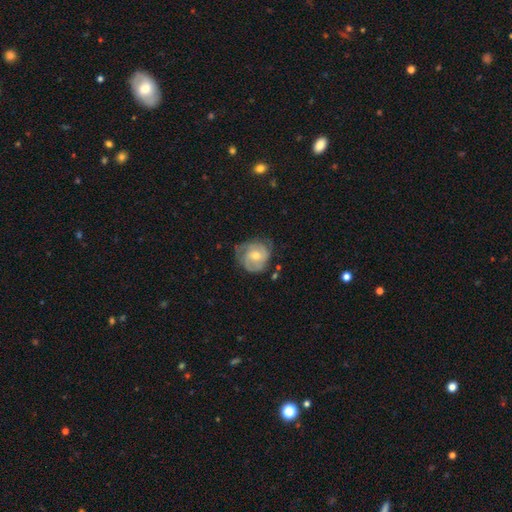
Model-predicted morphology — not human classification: A featured or disk galaxy (72%) with no bar (67%), 2 (38%) tight (61%) spiral arms (89%) and a moderate central bulge (60%).

Vote fractions:
- Smooth or featured? featured or disk: 72% / smooth: 22% / star or artifact: 6%
- Edge-on disk? no: 98% / yes: 2%
- Bar? no: 67% / weak: 28% / strong: 5%
- Spiral arms? yes: 89% / no: 11%
- Spiral winding? tight: 61% / medium: 30% / loose: 9%
- Spiral arm count? 2: 38% / can't tell: 28% / 3: 21% / 1: 6% / 4: 4% / more than 4: 3%
- Bulge size? moderate: 60% / small: 35% / large: 3% / none: 1% / dominant: 1%
- Merging? none: 61% / minor disturbance: 26% / major disturbance: 10% / merger: 2%